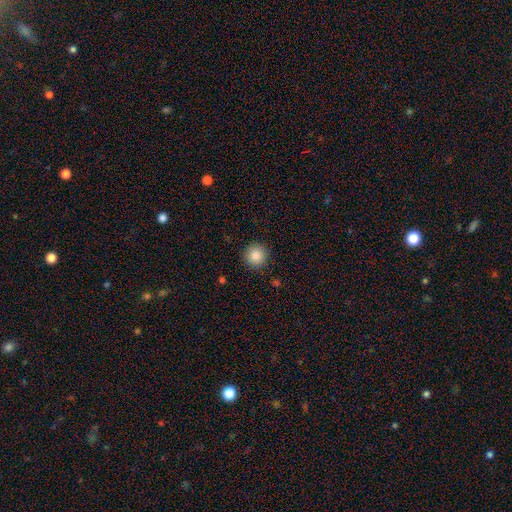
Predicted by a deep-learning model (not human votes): A smooth galaxy with no disk features (87%) that is round (94%). Merging: none (90%).